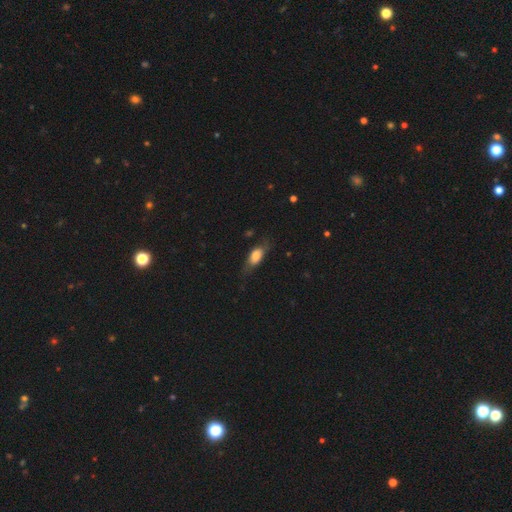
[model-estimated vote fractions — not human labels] smooth-or-featured: smooth: 70% | featured or disk: 23% | star or artifact: 7%
  how-rounded: in between: 77% | cigar-shaped: 17% | round: 6%
  merging: none: 62% | minor disturbance: 25% | major disturbance: 11% | merger: 2%